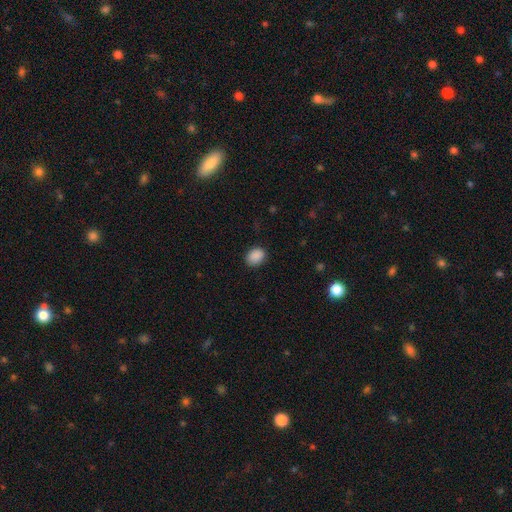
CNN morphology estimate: This is clearly a smooth galaxy (89%). How rounded: likely in between (66%). Merging: clearly none (84%).